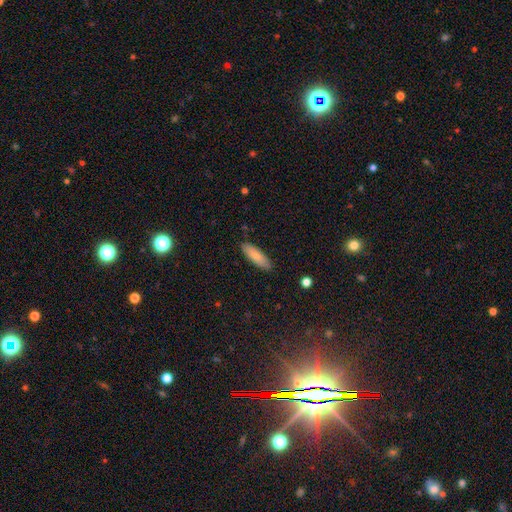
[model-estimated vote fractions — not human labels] Smooth or featured? smooth (84%)
How rounded? in between (49%, tied with cigar-shaped)
Merging? none (87%)